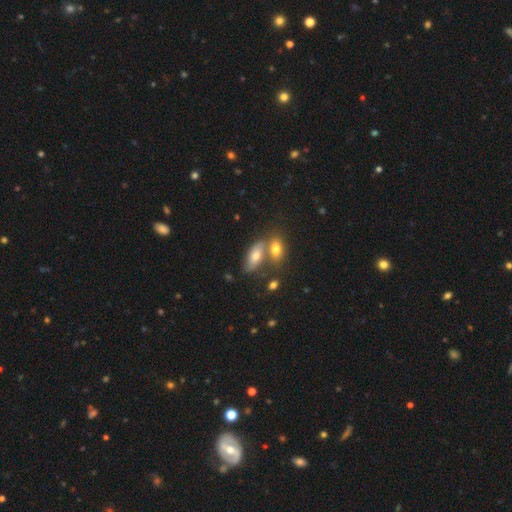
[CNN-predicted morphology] Overall: smooth (69%). How rounded: in between (83%). Merging: none (43%; merger 42%).